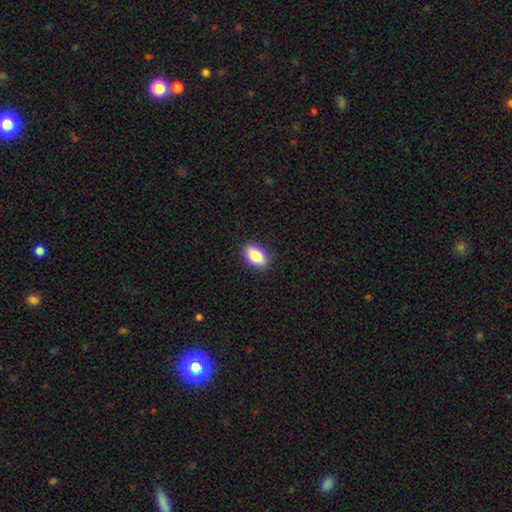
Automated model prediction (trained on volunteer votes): The model was most divided on "smooth or featured": smooth: 83%, featured or disk: 10%, star or artifact: 7%. More confident: merging — none (89%); how rounded — in between (89%).